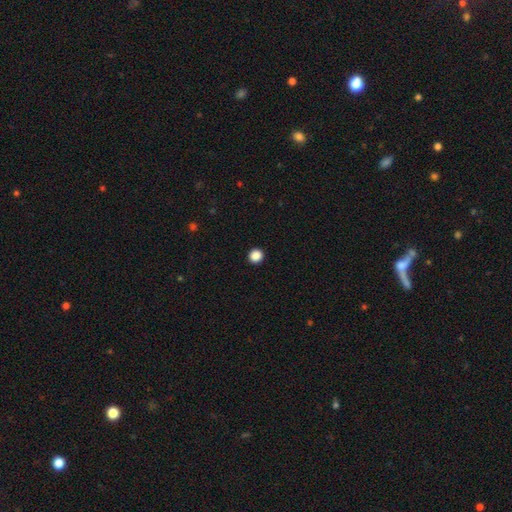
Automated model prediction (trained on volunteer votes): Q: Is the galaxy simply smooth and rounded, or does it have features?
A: smooth — 88%.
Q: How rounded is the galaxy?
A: round — 94%.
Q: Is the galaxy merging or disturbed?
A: none — 94%.